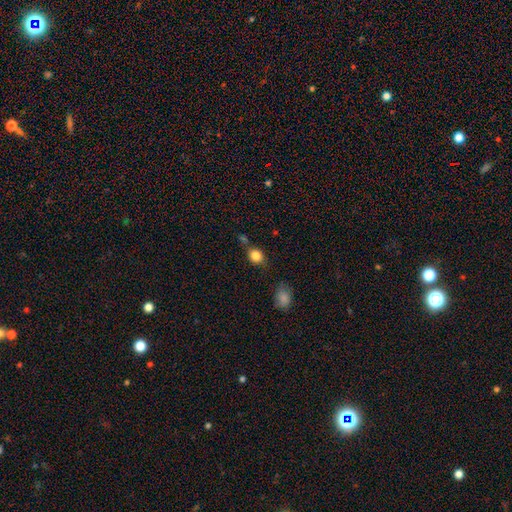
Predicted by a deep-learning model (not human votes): Morphology: type=smooth (84%); roundness=round (66%); merging=none (66%).